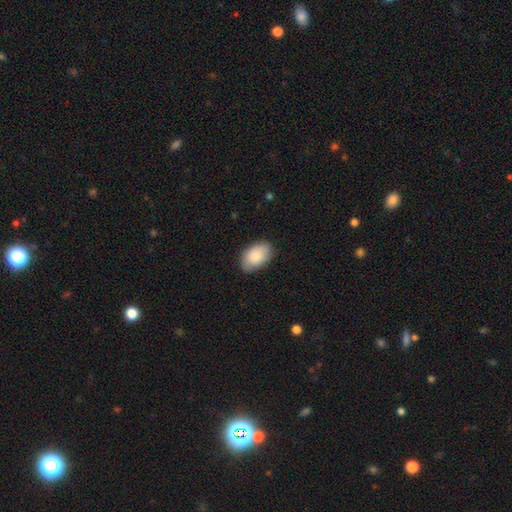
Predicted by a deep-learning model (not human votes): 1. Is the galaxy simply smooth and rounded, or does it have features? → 86% smooth, 8% featured or disk, 6% star or artifact.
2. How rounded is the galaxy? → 92% in between, 7% round, 1% cigar-shaped.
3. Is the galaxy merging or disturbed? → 81% none, 15% minor disturbance, 3% major disturbance, 1% merger.